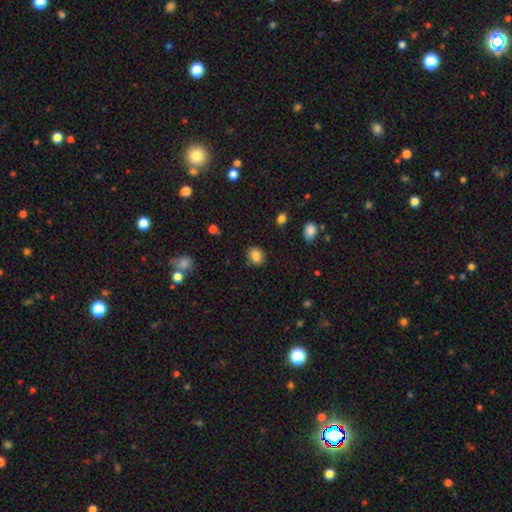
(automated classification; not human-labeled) This is clearly a smooth galaxy (83%). How rounded: possibly round (60%). Merging: clearly none (84%).